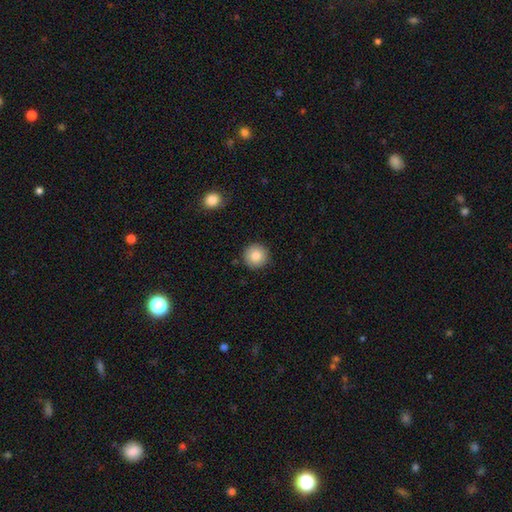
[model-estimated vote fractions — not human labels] Smooth or featured: smooth — 84% (star or artifact — 9%)
How rounded: round — 96% (in between — 3%)
Merging: none — 91% (minor disturbance — 6%)